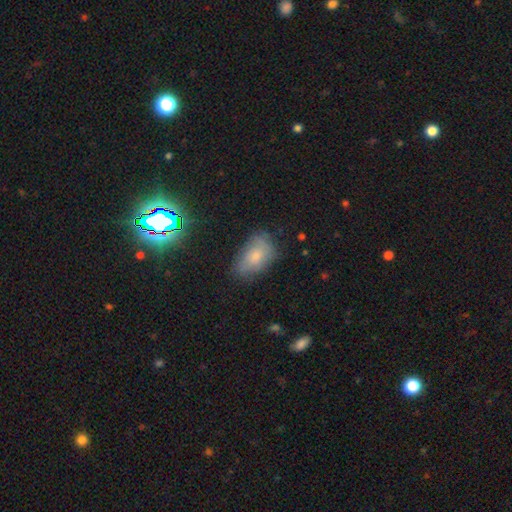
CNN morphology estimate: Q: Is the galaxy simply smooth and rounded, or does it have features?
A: smooth — 61%.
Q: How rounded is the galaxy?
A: in between — 89%.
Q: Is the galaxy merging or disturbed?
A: none — 62%.